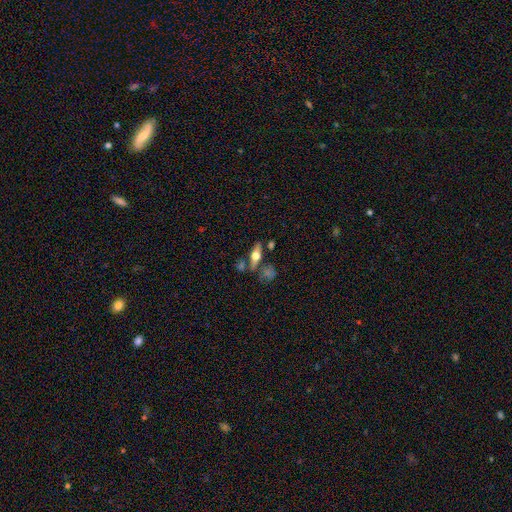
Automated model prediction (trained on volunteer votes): Q: Smooth or featured?
A: featured or disk (60%); runner-up: smooth (33%)
Q: Edge-on disk?
A: yes (91%); runner-up: no (9%)
Q: Edge-on bulge?
A: rounded (96%); runner-up: boxy (3%)
Q: Merging?
A: none (71%); runner-up: minor disturbance (13%)